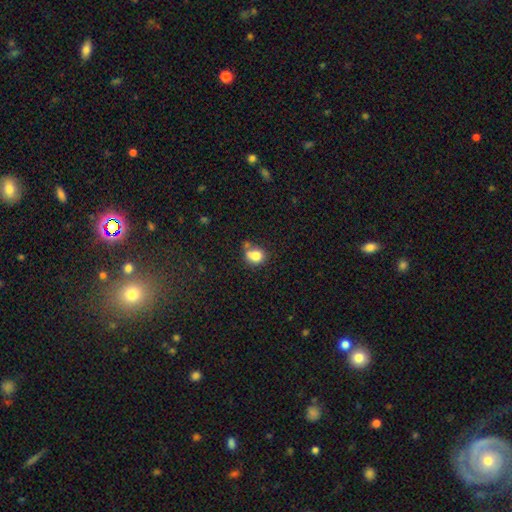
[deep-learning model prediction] smooth_or_featured: smooth (p=0.79) [alt: star or artifact p=0.11]
how_rounded: round (p=0.68) [alt: in between p=0.31]
merging: none (p=0.48) [alt: merger p=0.24]